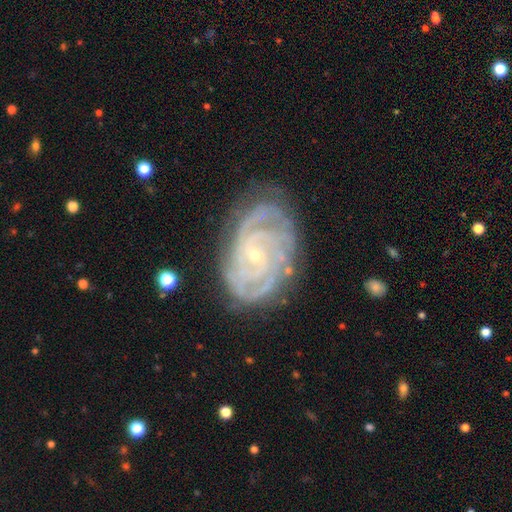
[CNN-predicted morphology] Smooth or featured? featured or disk (90%)
Edge-on disk? no (97%)
Bar? no (67%)
Spiral arms? yes (98%)
Spiral winding? tight (78%)
Spiral arm count? 3 (25%)
Bulge size? small (79%)
Merging? none (75%)